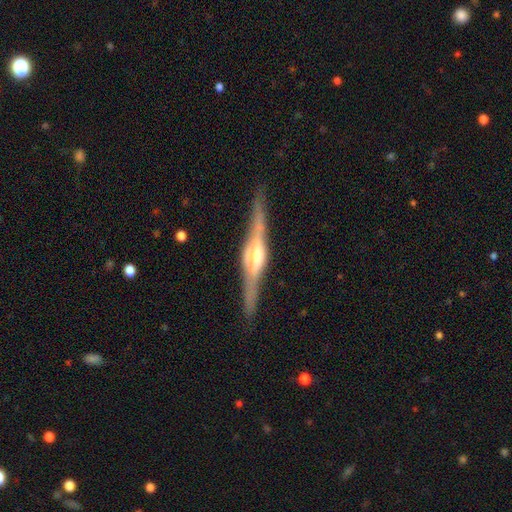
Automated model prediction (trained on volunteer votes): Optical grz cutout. It shows a featured or disk galaxy (86%) viewed edge-on (98%) with a rounded central bulge (65%). Merging: none (88%).